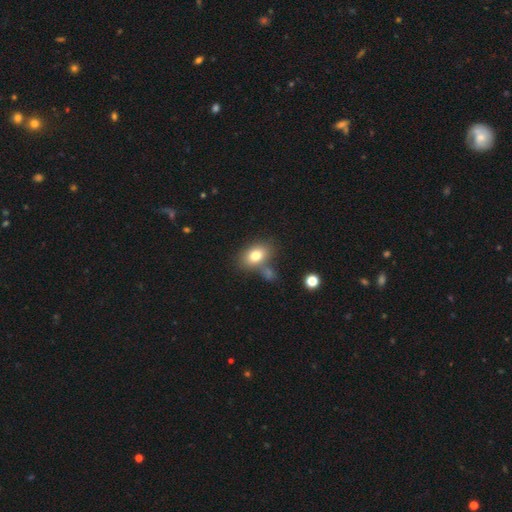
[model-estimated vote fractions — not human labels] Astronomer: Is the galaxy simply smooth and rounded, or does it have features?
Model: smooth — 79%.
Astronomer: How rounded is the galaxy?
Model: in between — 80%.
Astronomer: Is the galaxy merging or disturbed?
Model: none — 62%.